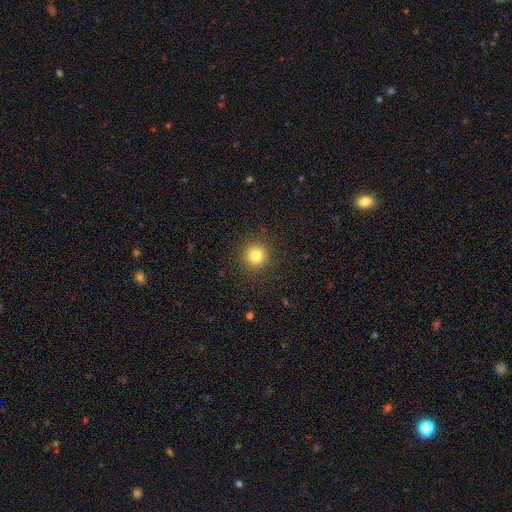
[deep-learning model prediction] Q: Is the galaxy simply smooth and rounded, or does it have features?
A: smooth — 82%.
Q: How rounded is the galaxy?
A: round — 94%.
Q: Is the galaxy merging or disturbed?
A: none — 91%.